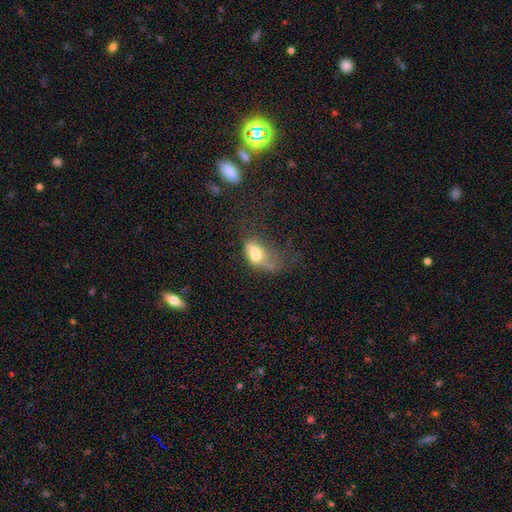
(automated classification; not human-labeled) Smooth or featured: smooth — 61% (featured or disk — 27%)
How rounded: in between — 85% (round — 10%)
Merging: major disturbance — 44% (minor disturbance — 20%)